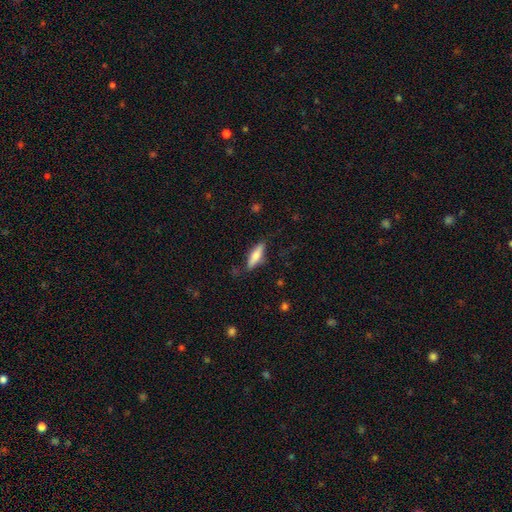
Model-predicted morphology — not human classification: A smooth galaxy with no disk features (63%) that is cigar-shaped (60%).

Vote fractions:
- Smooth or featured? smooth: 63% / featured or disk: 31% / star or artifact: 6%
- How rounded? cigar-shaped: 60% / in between: 38% / round: 2%
- Merging? none: 79% / minor disturbance: 15% / major disturbance: 4% / merger: 2%